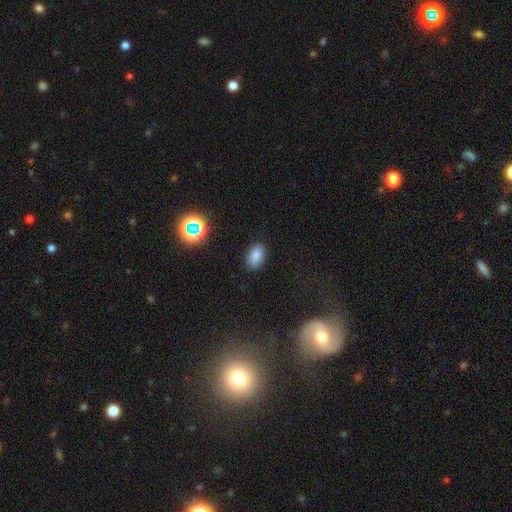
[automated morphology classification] Smooth or featured: smooth — 82% (star or artifact — 13%)
How rounded: in between — 90% (round — 9%)
Merging: none — 86% (minor disturbance — 10%)